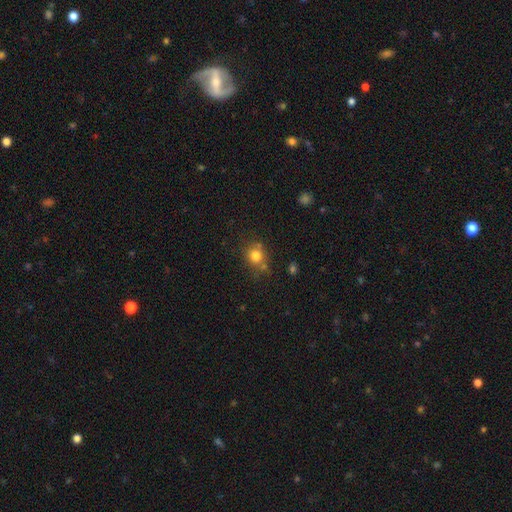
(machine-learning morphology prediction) Smooth or featured? Predicted: smooth (p=0.79). How rounded? Predicted: round (p=0.81). Merging? Predicted: none (p=0.67).